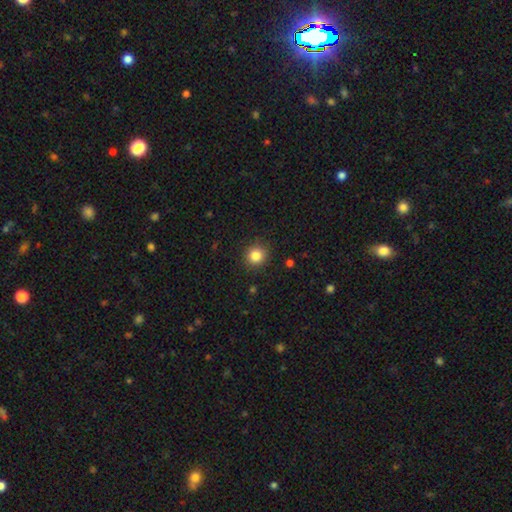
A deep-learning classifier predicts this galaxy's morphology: Overall: smooth (84%). How rounded: round (91%). Merging: none (90%).